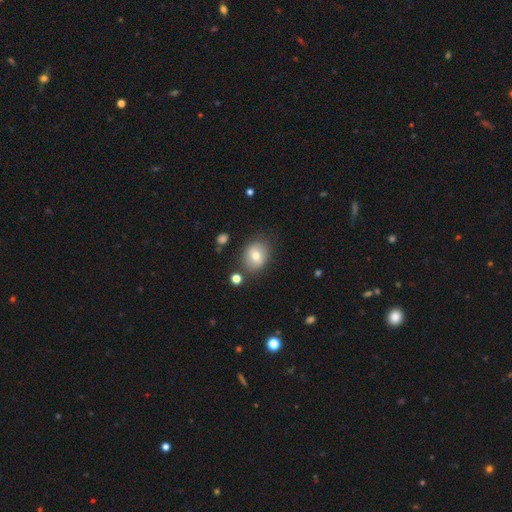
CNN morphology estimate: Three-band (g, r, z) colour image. It shows a smooth galaxy with no disk features (73%) that is round (53%). Merging: none (80%).